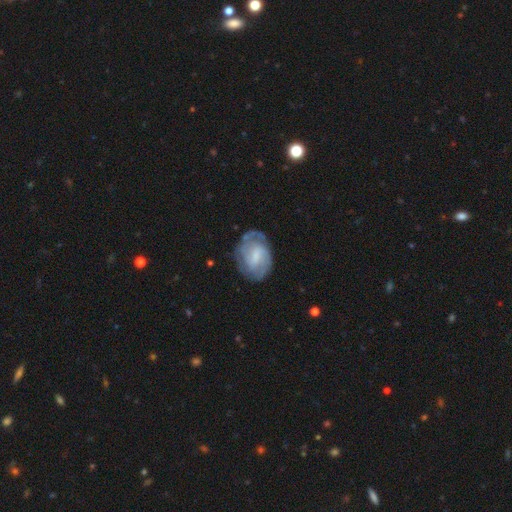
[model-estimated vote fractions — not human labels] Q: Smooth or featured?
A: featured or disk (67%); runner-up: smooth (27%)
Q: Edge-on disk?
A: no (97%); runner-up: yes (3%)
Q: Bar?
A: weak (54%); runner-up: no (30%)
Q: Spiral arms?
A: yes (83%); runner-up: no (17%)
Q: Spiral winding?
A: tight (48%); runner-up: medium (38%)
Q: Spiral arm count?
A: 2 (40%); runner-up: can't tell (36%)
Q: Bulge size?
A: small (40%); runner-up: moderate (31%)
Q: Merging?
A: none (64%); runner-up: minor disturbance (23%)